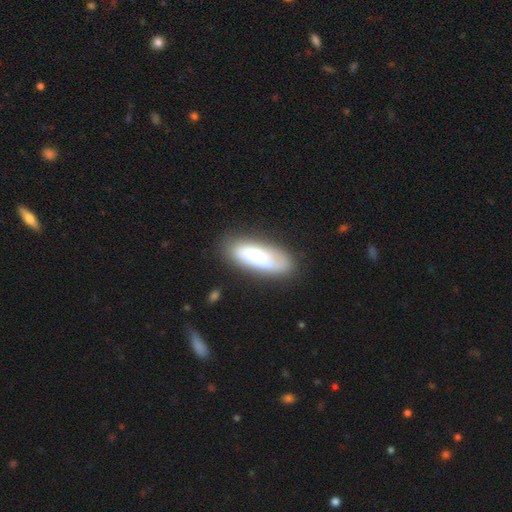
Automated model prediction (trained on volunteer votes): A smooth galaxy with no disk features (64%) that is in between round and cigar-shaped (66%). Merging: none (73%).